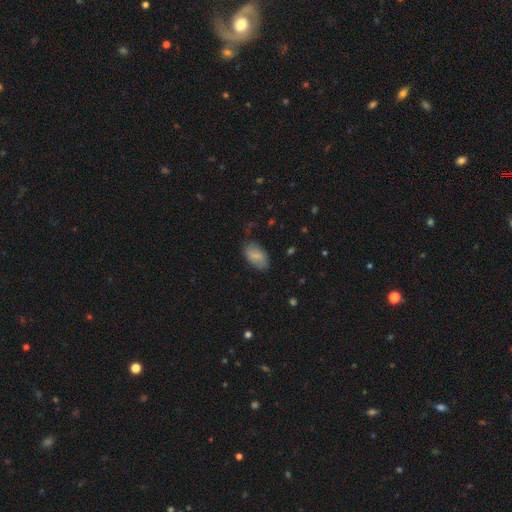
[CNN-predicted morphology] smooth_or_featured: smooth (p=0.81) [alt: featured or disk p=0.13]
how_rounded: in between (p=0.94) [alt: round p=0.04]
merging: none (p=0.75) [alt: minor disturbance p=0.20]